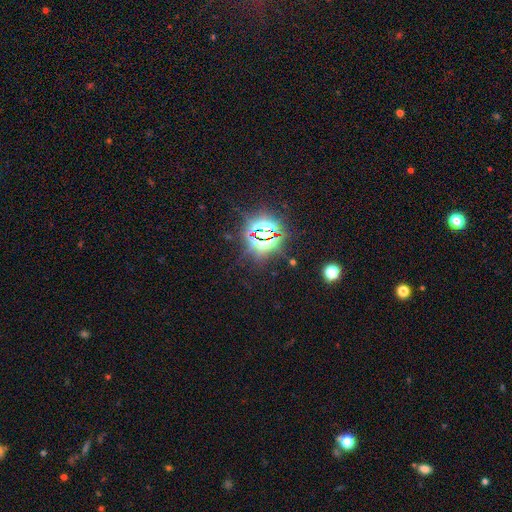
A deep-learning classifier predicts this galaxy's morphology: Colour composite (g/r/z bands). It shows a star or artifact, not a galaxy (81%).